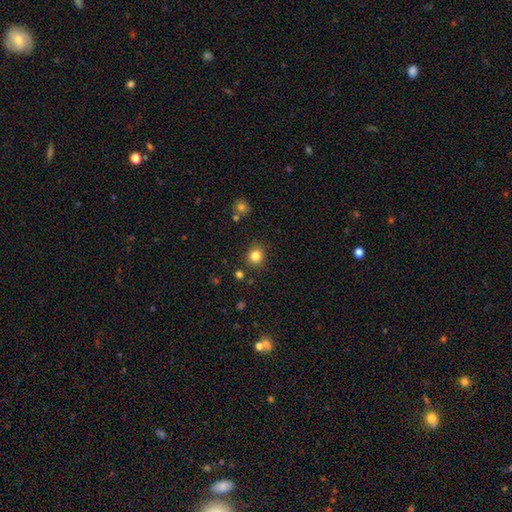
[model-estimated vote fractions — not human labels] Smooth or featured? Predicted: smooth (p=0.82). How rounded? Predicted: round (p=0.87). Merging? Predicted: none (p=0.87).